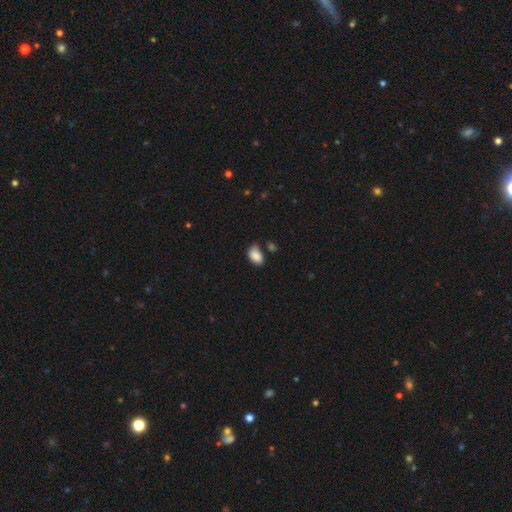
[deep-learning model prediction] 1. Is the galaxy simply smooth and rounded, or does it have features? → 88% smooth, 8% star or artifact, 5% featured or disk.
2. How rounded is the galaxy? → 89% in between, 9% round, 1% cigar-shaped.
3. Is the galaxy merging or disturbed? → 60% none, 27% minor disturbance, 7% merger, 6% major disturbance.